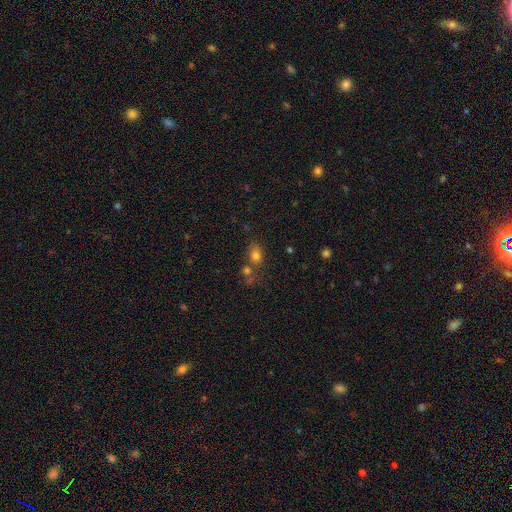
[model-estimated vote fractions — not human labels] A smooth galaxy with no disk features (75%) that is in between round and cigar-shaped (57%). Merging: none (49%).